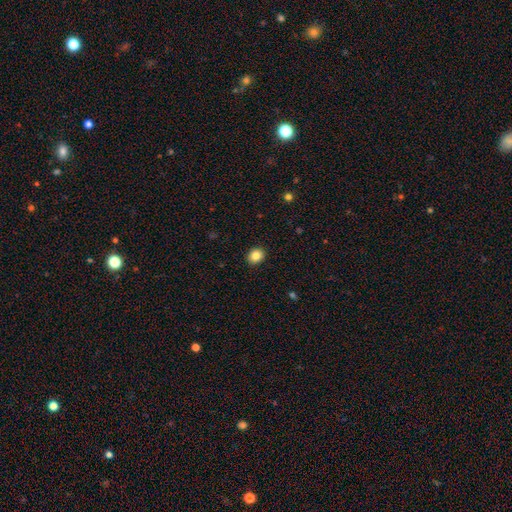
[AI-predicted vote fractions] The model was most divided on "how rounded": round: 66%, in between: 33%, cigar-shaped: 1%. More confident: merging — none (91%); smooth or featured — smooth (84%).